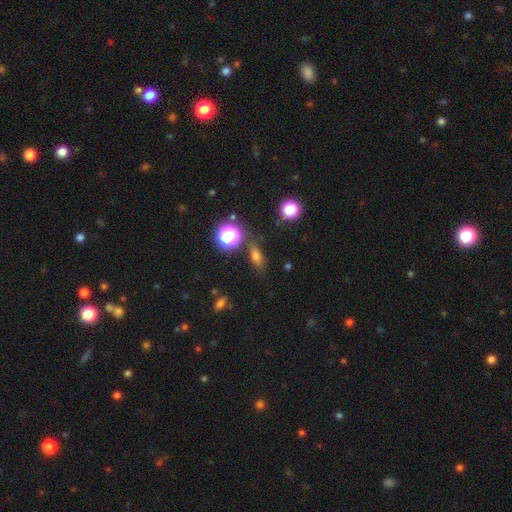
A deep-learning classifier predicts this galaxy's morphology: The model was most divided on "how rounded": in between: 57%, cigar-shaped: 22%, round: 21%. More confident: merging — none (79%); smooth or featured — smooth (64%).